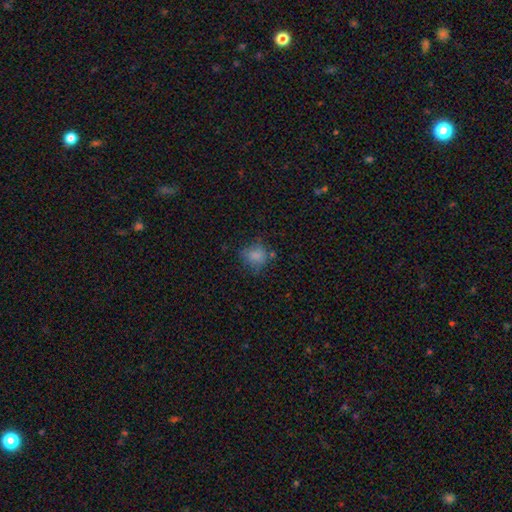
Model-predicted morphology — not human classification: This is likely a smooth galaxy (78%). How rounded: likely round (66%). Merging: likely none (64%).